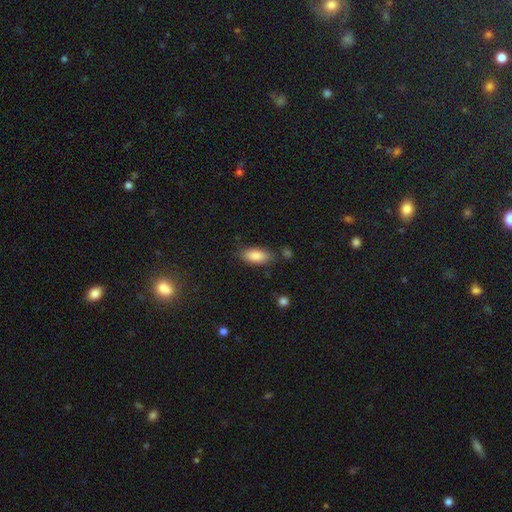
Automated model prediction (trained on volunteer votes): The model was most divided on "merging": none: 76%, minor disturbance: 15%, merger: 4%, major disturbance: 4%. More confident: how rounded — in between (89%); smooth or featured — smooth (85%).